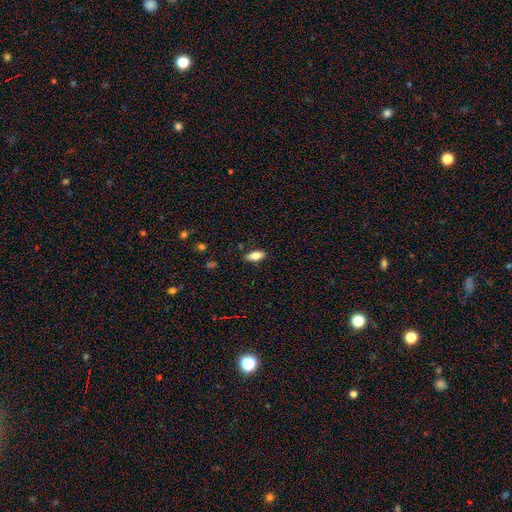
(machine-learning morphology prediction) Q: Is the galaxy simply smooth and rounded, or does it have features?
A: smooth — 79%.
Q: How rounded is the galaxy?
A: in between — 84%.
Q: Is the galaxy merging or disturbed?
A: none — 84%.